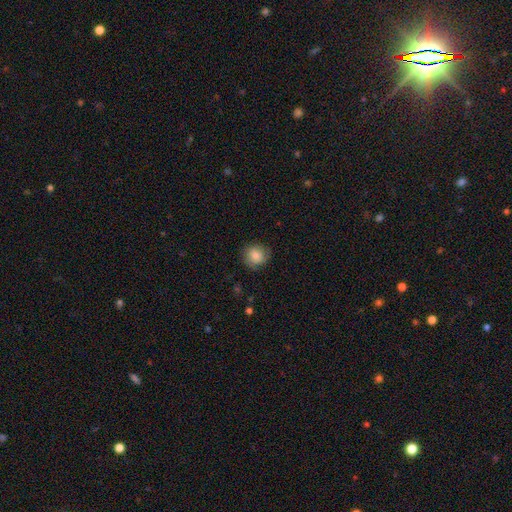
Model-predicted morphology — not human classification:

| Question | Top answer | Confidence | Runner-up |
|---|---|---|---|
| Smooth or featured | smooth | 78% | featured or disk (14%) |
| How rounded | round | 84% | in between (15%) |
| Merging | none | 79% | minor disturbance (15%) |